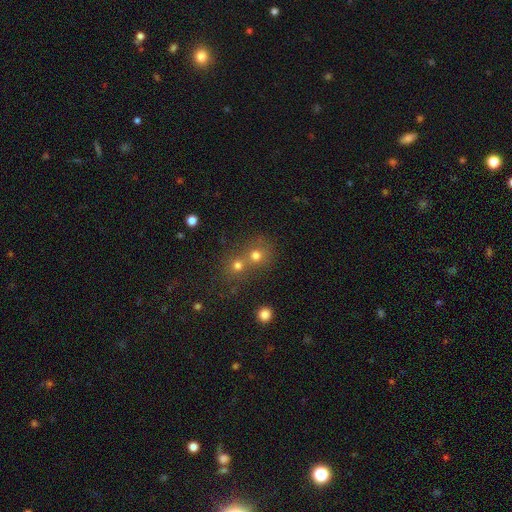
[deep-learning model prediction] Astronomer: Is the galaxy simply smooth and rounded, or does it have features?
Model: smooth — 67%.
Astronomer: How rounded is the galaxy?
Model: round — 83%.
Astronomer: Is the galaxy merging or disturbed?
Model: merger — 53% (runner-up: none, 39%).